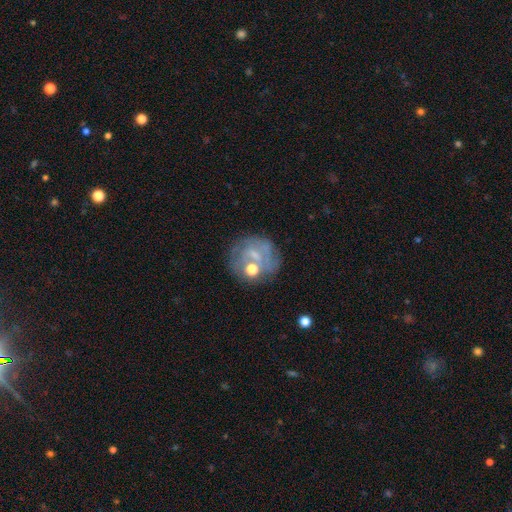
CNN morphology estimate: A featured or disk galaxy (51%). Merging: none (64%).